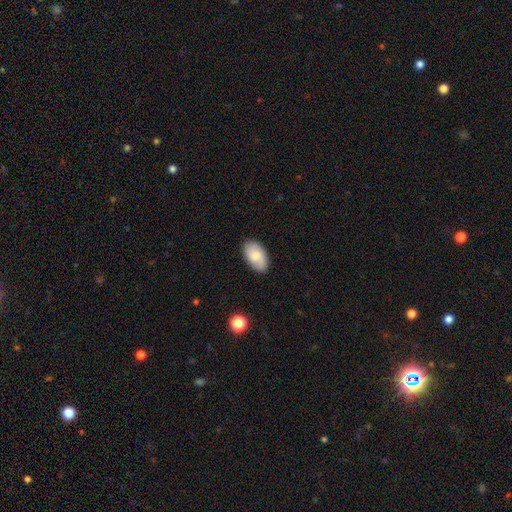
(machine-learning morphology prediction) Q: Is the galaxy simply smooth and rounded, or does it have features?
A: smooth — 76%.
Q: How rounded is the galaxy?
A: in between — 94%.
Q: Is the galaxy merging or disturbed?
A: none — 83%.